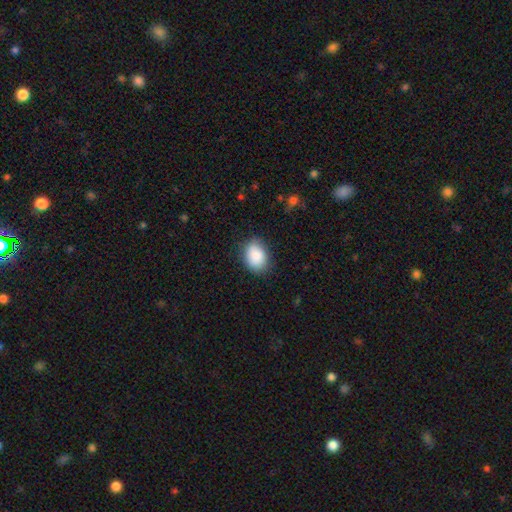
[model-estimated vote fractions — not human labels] Morphology: type=smooth (87%); roundness=in between (72%); merging=none (79%).